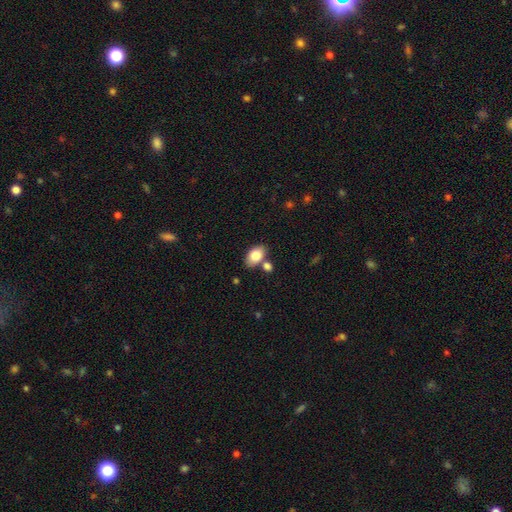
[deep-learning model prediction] The model was most divided on "merging": none: 68%, merger: 16%, minor disturbance: 13%, major disturbance: 3%. More confident: how rounded — in between (89%); smooth or featured — smooth (82%).